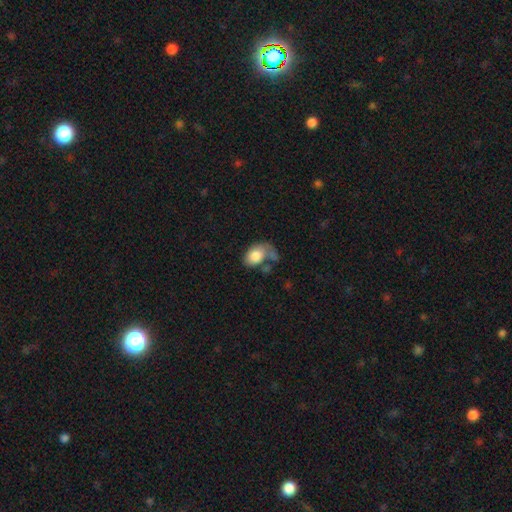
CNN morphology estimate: This appears to be a smooth galaxy with no disk features (77%) that is in between round and cigar-shaped (82%). Merging: major disturbance (30%).